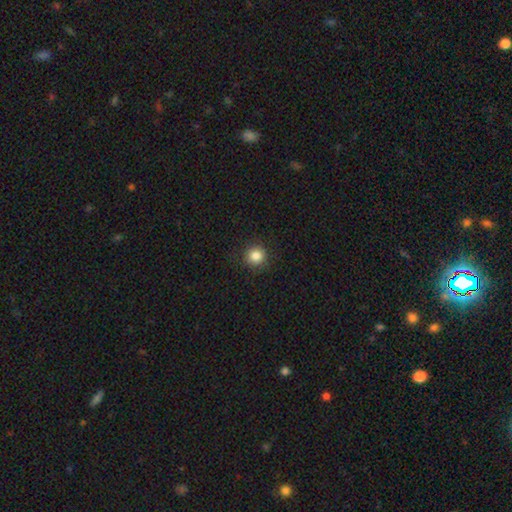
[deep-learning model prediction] This appears to be a smooth galaxy with no disk features (85%) that is round (94%). Merging: none (91%).